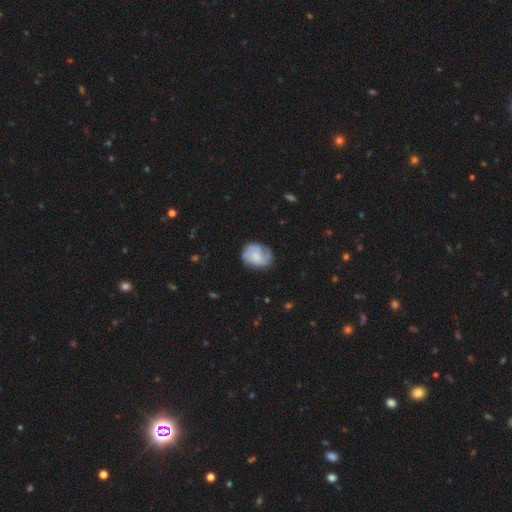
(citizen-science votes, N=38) Q: Smooth or featured?
A: smooth (61%); runner-up: featured or disk (32%)
Q: How rounded?
A: round (48%); tied with: in between (48%)
Q: Merging?
A: none (66%); runner-up: minor disturbance (31%)